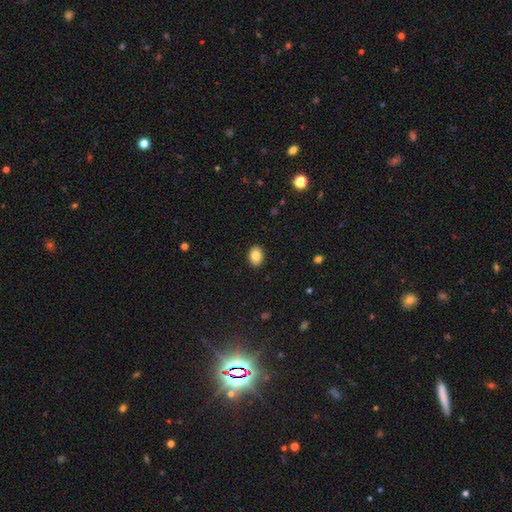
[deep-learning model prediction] smooth-or-featured: smooth: 84% | star or artifact: 8% | featured or disk: 7%
  how-rounded: in between: 68% | round: 31% | cigar-shaped: 1%
  merging: none: 91% | minor disturbance: 7% | major disturbance: 2% | merger: 1%